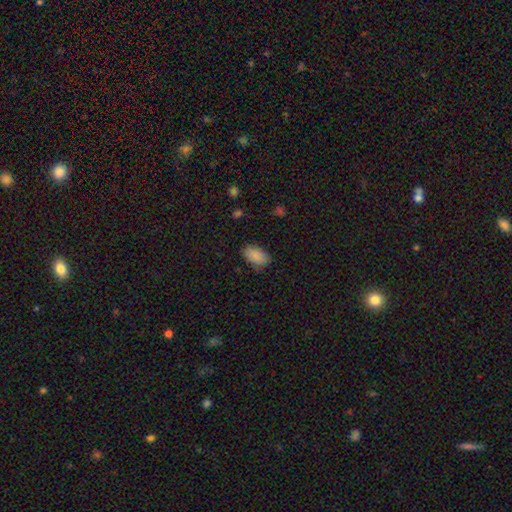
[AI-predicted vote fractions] smooth_or_featured: smooth (p=0.88) [alt: star or artifact p=0.07]
how_rounded: in between (p=0.93) [alt: round p=0.05]
merging: none (p=0.81) [alt: minor disturbance p=0.15]